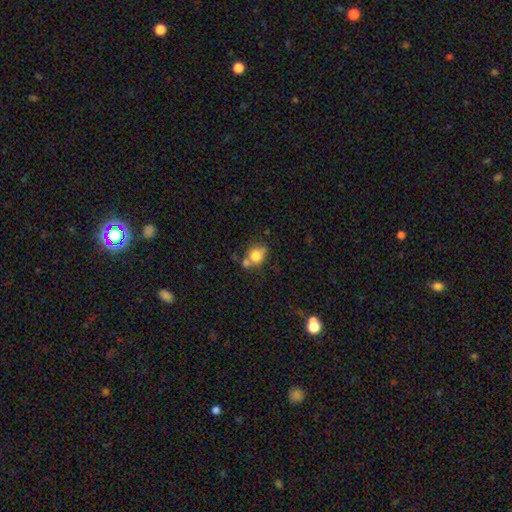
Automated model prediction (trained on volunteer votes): smooth_or_featured: smooth (p=0.75) [alt: featured or disk p=0.14]
how_rounded: round (p=0.66) [alt: in between p=0.32]
merging: none (p=0.48) [alt: merger p=0.30]